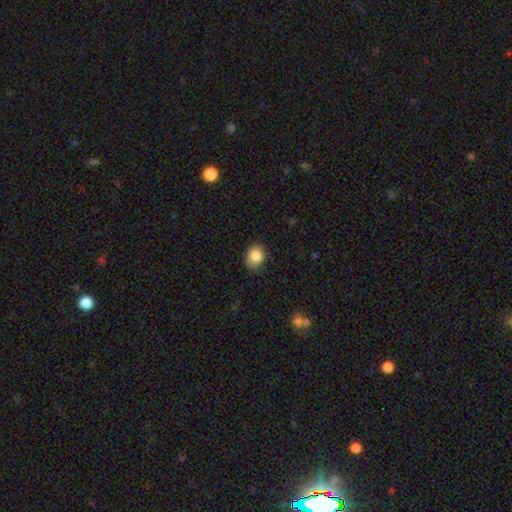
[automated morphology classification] This appears to be a smooth galaxy with no disk features (83%) that is round (55%). Merging: none (79%).